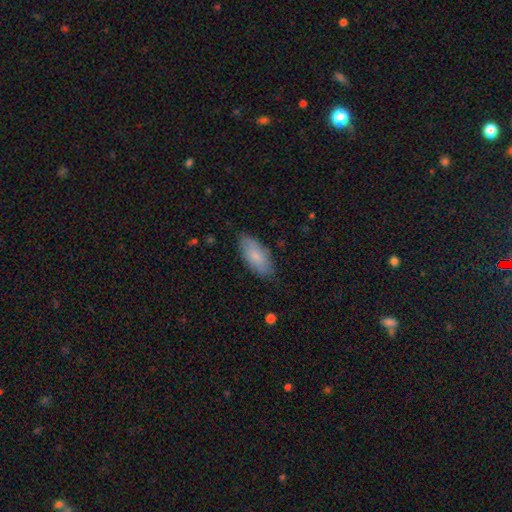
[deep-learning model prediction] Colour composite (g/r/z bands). It shows a smooth galaxy with no disk features (79%) that is in between round and cigar-shaped (86%). Merging: none (78%).